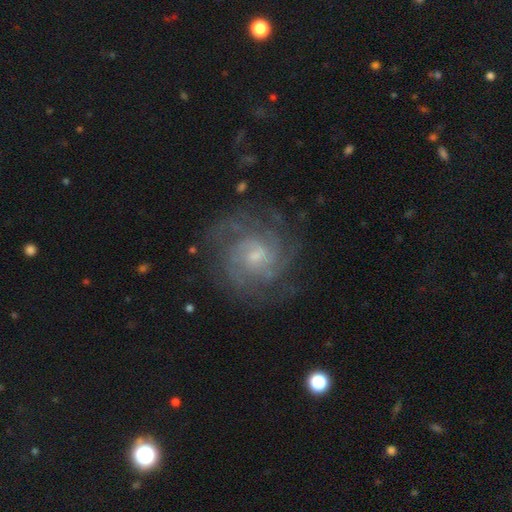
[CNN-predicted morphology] The model was most divided on "bar": no: 48%, weak: 46%, strong: 6%. Remaining: edge-on disk — no (98%); spiral arms — yes (95%); smooth or featured — featured or disk (84%); merging — none (75%); bulge size — small (60%); spiral winding — tight (59%); spiral arm count — can't tell (33%).